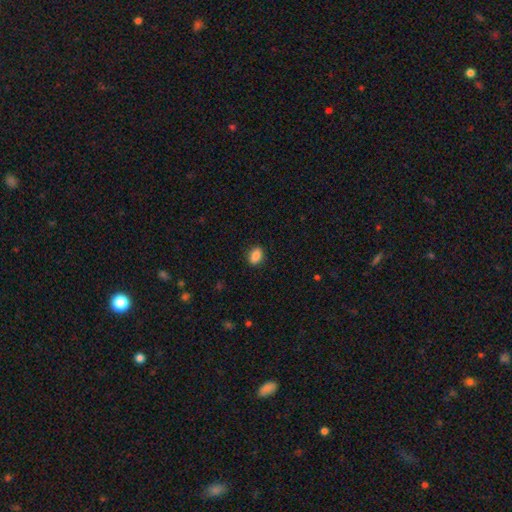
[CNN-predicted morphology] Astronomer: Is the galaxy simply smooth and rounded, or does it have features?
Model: smooth — 88%.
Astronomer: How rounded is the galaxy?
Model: in between — 80%.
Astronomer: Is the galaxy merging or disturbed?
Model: none — 88%.